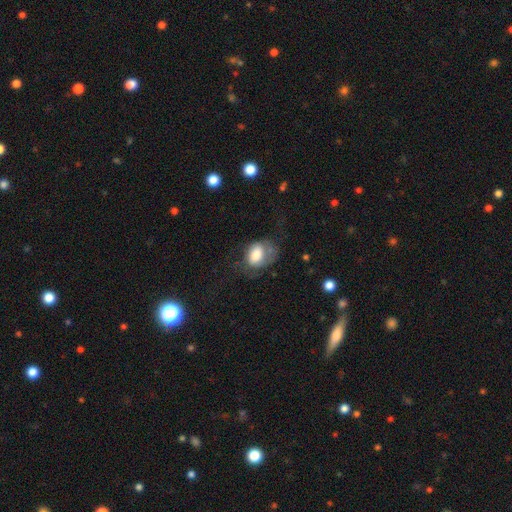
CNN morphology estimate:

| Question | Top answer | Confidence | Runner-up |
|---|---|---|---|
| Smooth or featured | smooth | 67% | featured or disk (24%) |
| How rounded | in between | 70% | round (29%) |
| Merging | major disturbance | 36% | none (34%) |